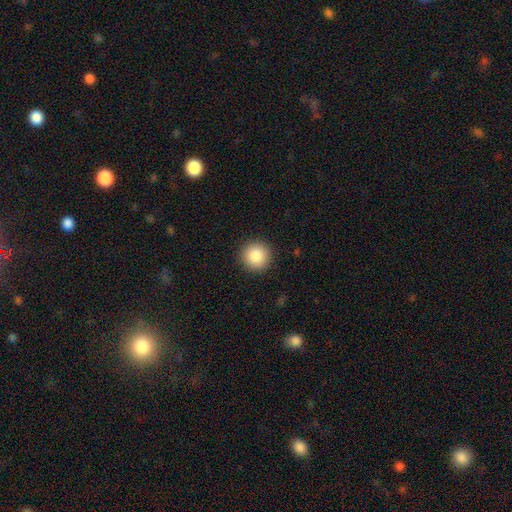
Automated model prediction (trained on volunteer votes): smooth_or_featured: smooth (p=0.85) [alt: star or artifact p=0.09]
how_rounded: round (p=0.95) [alt: in between p=0.04]
merging: none (p=0.92) [alt: minor disturbance p=0.05]